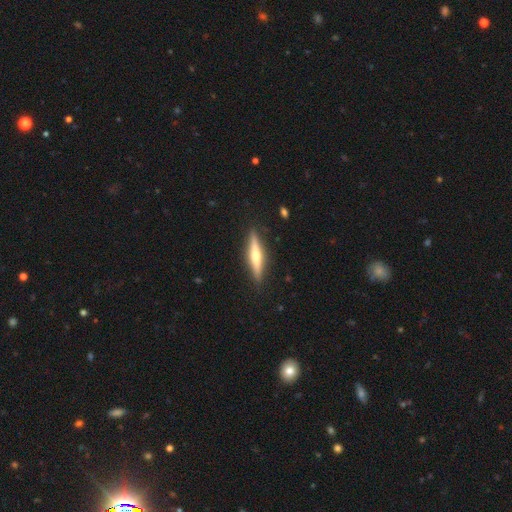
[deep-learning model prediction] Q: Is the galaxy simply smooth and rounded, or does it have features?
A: featured or disk — 55%.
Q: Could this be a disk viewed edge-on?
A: yes — 96%.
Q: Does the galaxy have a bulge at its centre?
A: rounded — 81%.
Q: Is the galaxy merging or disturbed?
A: none — 90%.